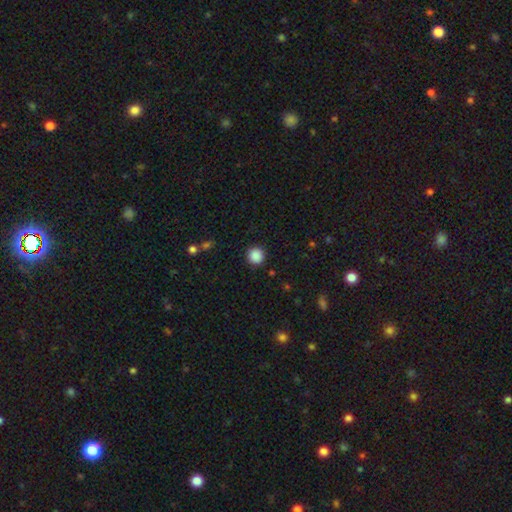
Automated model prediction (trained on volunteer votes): smooth_or_featured: smooth (p=0.88) [alt: star or artifact p=0.10]
how_rounded: round (p=0.93) [alt: in between p=0.06]
merging: none (p=0.91) [alt: minor disturbance p=0.06]